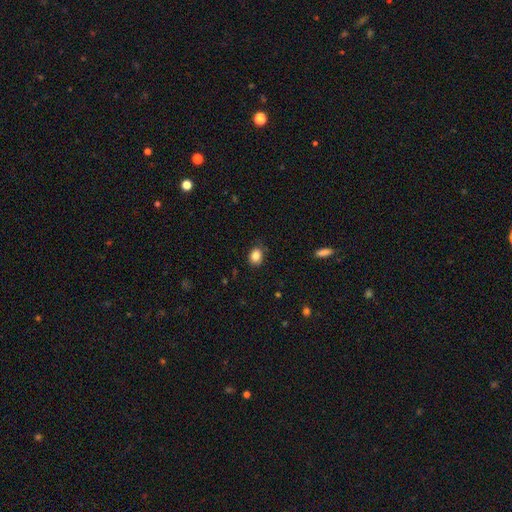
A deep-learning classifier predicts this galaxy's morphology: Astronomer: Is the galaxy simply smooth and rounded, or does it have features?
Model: smooth — 85%.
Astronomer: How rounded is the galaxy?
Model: round — 50% (runner-up: in between, 49%).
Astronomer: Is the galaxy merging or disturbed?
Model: none — 79%.